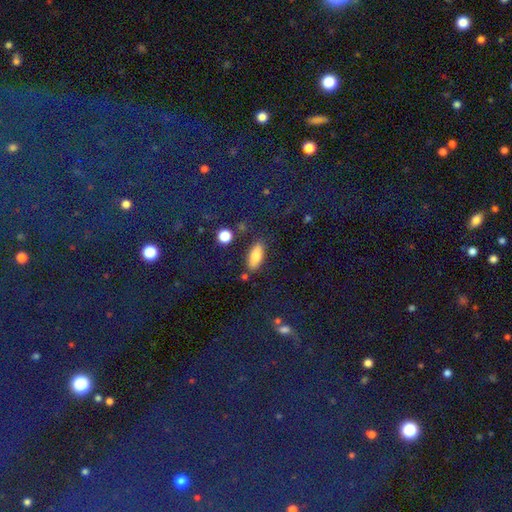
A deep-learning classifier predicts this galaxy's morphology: type=smooth (79%); roundness=in between (71%); merging=none (82%).